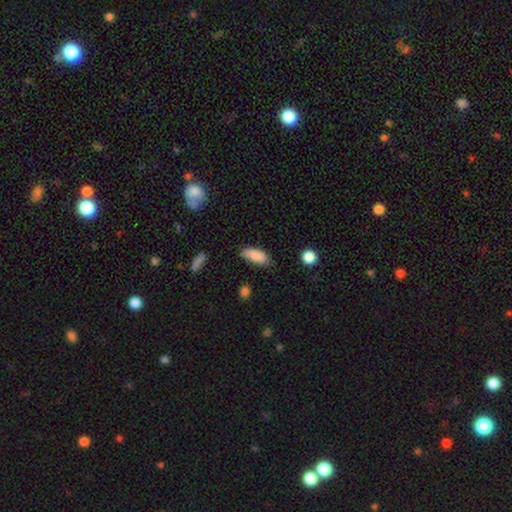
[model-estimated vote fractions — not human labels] The model was most divided on "merging": none: 72%, minor disturbance: 22%, major disturbance: 4%, merger: 2%. More confident: smooth or featured — smooth (86%); how rounded — in between (80%).